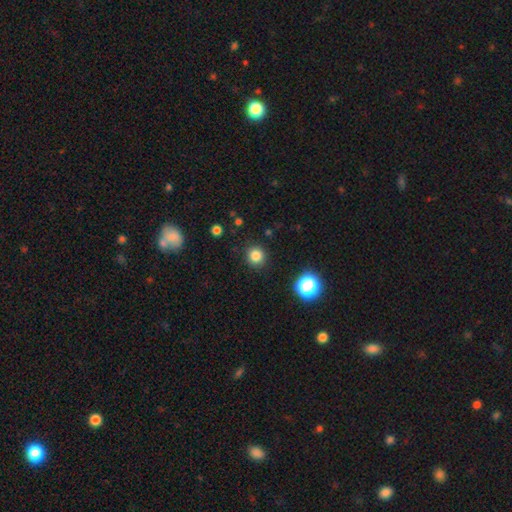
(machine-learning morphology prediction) smooth_or_featured: smooth (p=0.82) [alt: star or artifact p=0.14]
how_rounded: round (p=0.92) [alt: in between p=0.07]
merging: none (p=0.90) [alt: minor disturbance p=0.06]